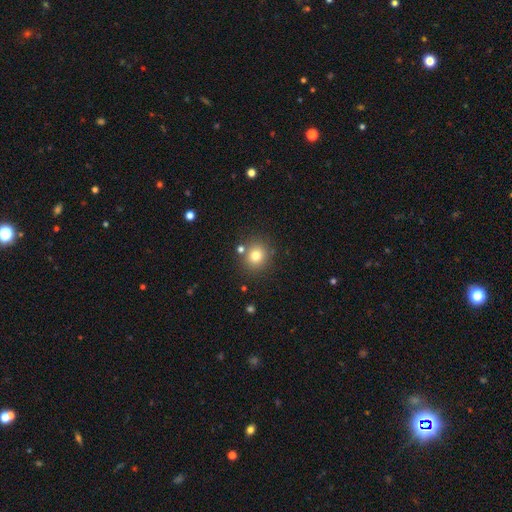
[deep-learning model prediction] The model was most divided on "smooth or featured": smooth: 77%, star or artifact: 14%, featured or disk: 9%. More confident: how rounded — round (89%); merging — none (81%).